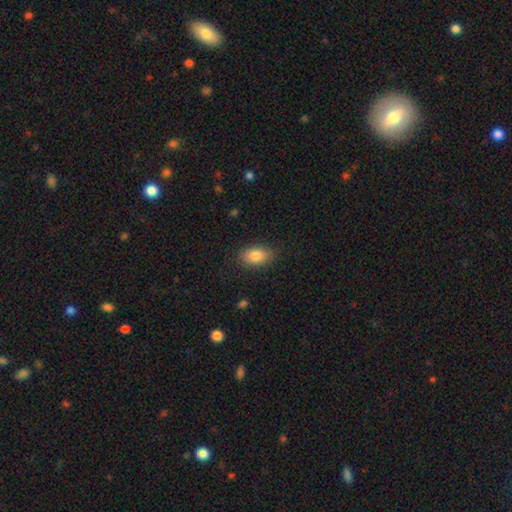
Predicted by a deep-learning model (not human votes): smooth_or_featured: smooth (p=0.85) [alt: featured or disk p=0.08]
how_rounded: in between (p=0.90) [alt: round p=0.08]
merging: none (p=0.84) [alt: minor disturbance p=0.11]